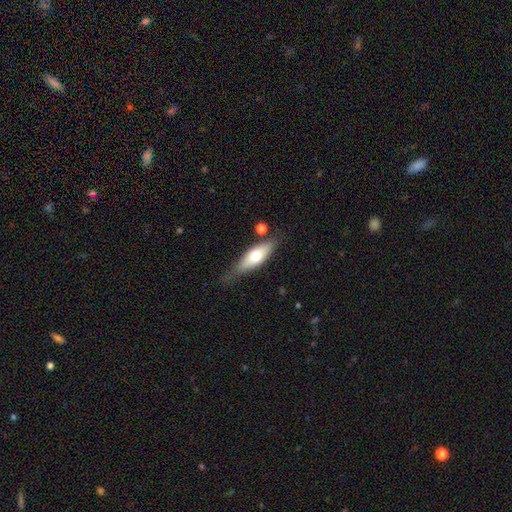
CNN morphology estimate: Overall: smooth (59%; featured or disk 36%). How rounded: in between (60%; cigar-shaped 37%). Merging: none (63%; minor disturbance 24%).